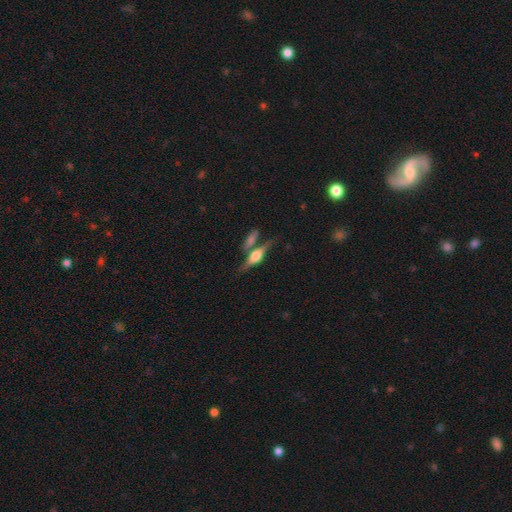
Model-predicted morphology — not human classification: Overall: featured or disk (67%). Edge-on disk: yes (94%). Edge-on bulge: rounded (87%). Merging: none (62%).